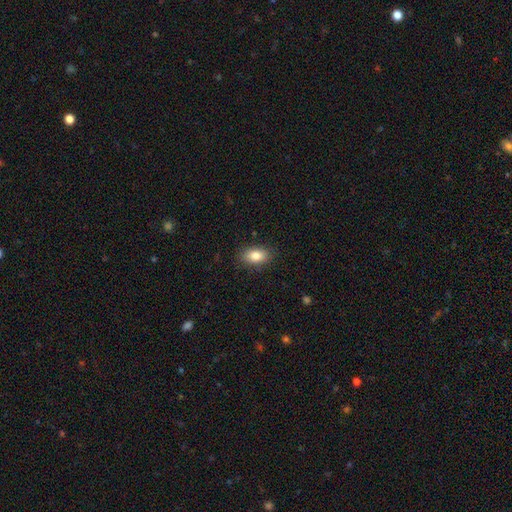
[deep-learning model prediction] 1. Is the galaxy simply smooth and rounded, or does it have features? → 84% smooth, 8% featured or disk, 8% star or artifact.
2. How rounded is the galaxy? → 89% in between, 8% round, 2% cigar-shaped.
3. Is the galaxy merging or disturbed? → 87% none, 10% minor disturbance, 2% major disturbance, 1% merger.